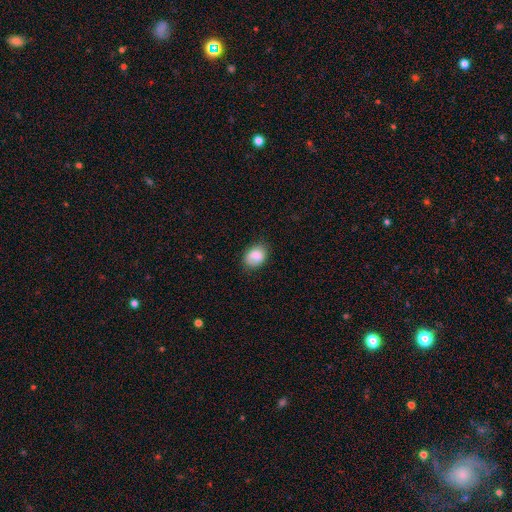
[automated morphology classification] Smooth or featured: smooth — 83% (featured or disk — 9%)
How rounded: in between — 67% (round — 32%)
Merging: none — 73% (minor disturbance — 21%)